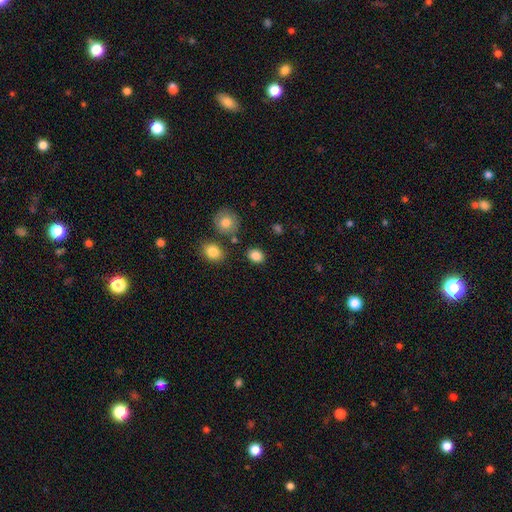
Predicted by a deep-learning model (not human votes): Smooth or featured: smooth — 85% (star or artifact — 10%)
How rounded: in between — 54% (round — 45%)
Merging: none — 81% (minor disturbance — 10%)